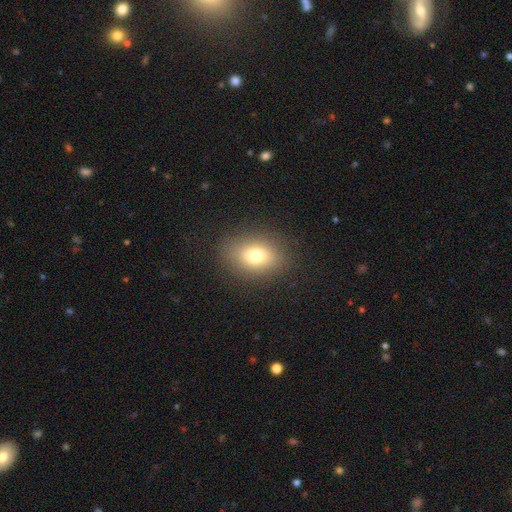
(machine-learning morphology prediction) Q: Smooth or featured?
A: smooth (76%); runner-up: featured or disk (12%)
Q: How rounded?
A: in between (67%); runner-up: round (31%)
Q: Merging?
A: none (86%); runner-up: minor disturbance (9%)